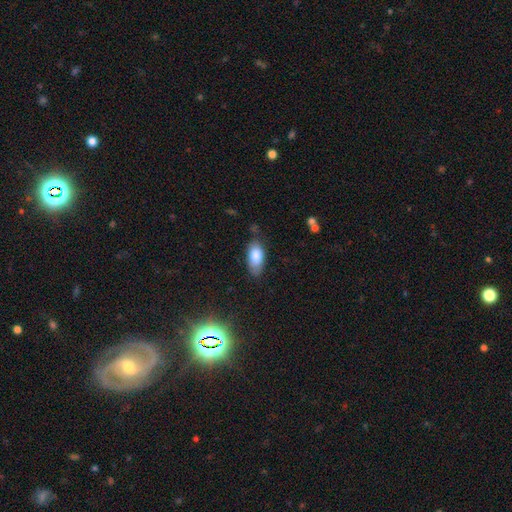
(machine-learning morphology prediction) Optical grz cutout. It shows a smooth galaxy with no disk features (82%) that is in between round and cigar-shaped (90%). Merging: none (72%).